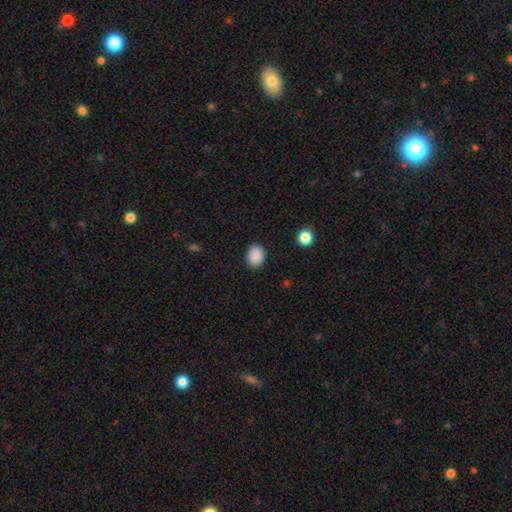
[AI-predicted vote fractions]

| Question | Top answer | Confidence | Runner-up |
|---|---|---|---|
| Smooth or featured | smooth | 89% | star or artifact (8%) |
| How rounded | in between | 60% | round (39%) |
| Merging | none | 87% | minor disturbance (9%) |